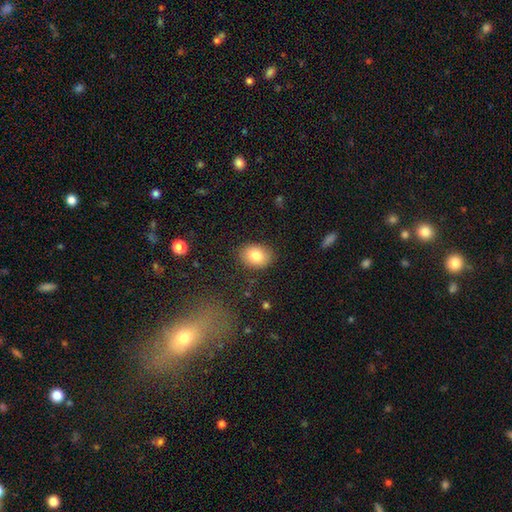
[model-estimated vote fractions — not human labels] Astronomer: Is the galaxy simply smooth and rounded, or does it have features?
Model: smooth — 82%.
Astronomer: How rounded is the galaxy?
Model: in between — 67%.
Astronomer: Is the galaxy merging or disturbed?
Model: none — 85%.